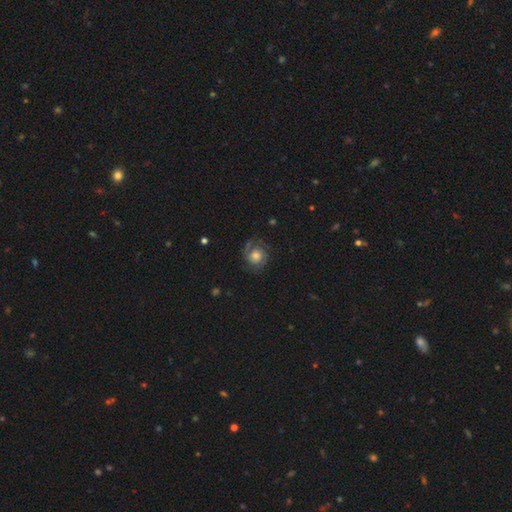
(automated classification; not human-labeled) Smooth or featured?
  - featured or disk: 64% *
  - smooth: 27%
  - star or artifact: 9%
Edge-on disk?
  - no: 98% *
  - yes: 2%
Bar?
  - no: 75% *
  - weak: 21%
  - strong: 3%
Spiral arms?
  - yes: 91% *
  - no: 9%
Spiral winding?
  - tight: 45% *
  - medium: 39%
  - loose: 15%
Spiral arm count?
  - 2: 68% *
  - can't tell: 12%
  - 1: 10%
  - 3: 5%
  - 4: 2%
  - more than 4: 2%
Bulge size?
  - moderate: 56% *
  - small: 22%
  - large: 17%
  - none: 3%
  - dominant: 2%
Merging?
  - none: 72% *
  - minor disturbance: 17%
  - major disturbance: 10%
  - merger: 1%